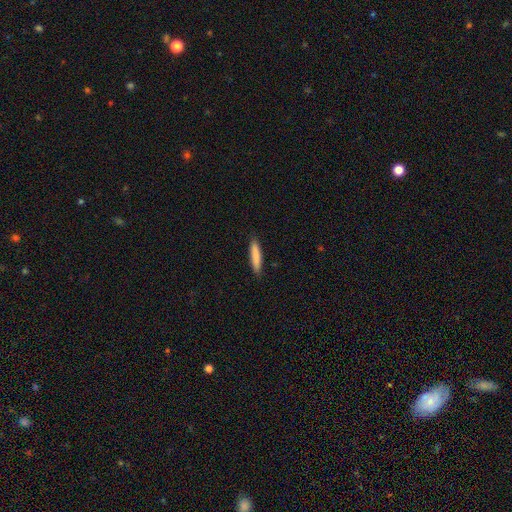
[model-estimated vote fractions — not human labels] The model was most divided on "how rounded": cigar-shaped: 85%, in between: 14%, round: 1%. More confident: merging — none (89%); smooth or featured — smooth (85%).